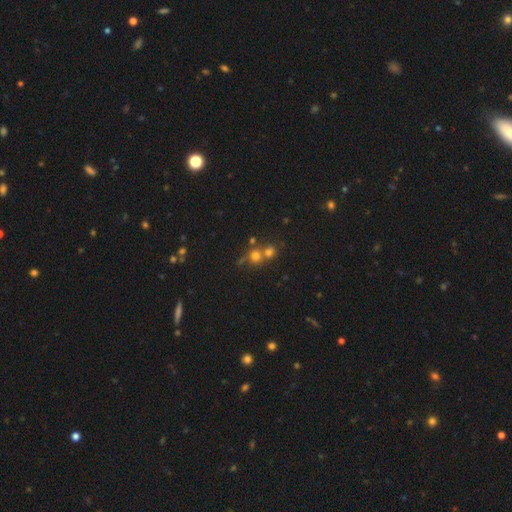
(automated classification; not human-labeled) This appears to be a smooth galaxy with no disk features (67%) that is round (87%). Merging: none (46%).